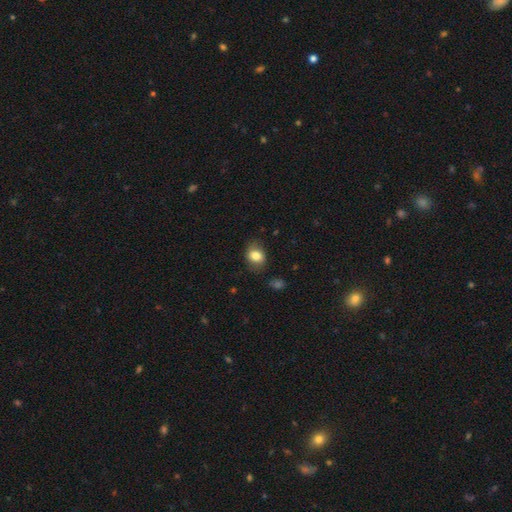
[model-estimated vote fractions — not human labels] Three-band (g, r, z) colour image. It shows a smooth galaxy with no disk features (79%) that is in between round and cigar-shaped (57%). Merging: none (75%).